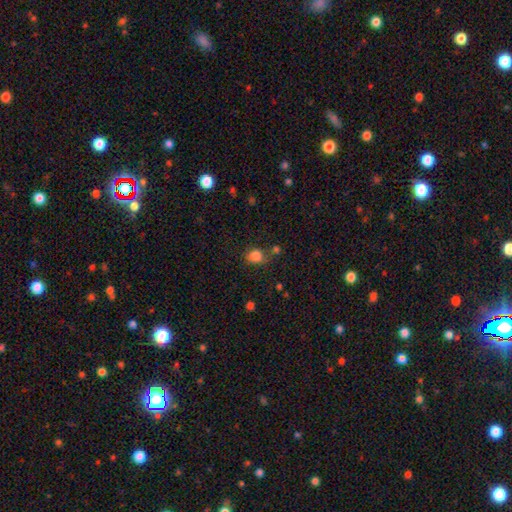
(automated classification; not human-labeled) Smooth or featured? smooth (83%)
How rounded? round (60%)
Merging? none (61%)